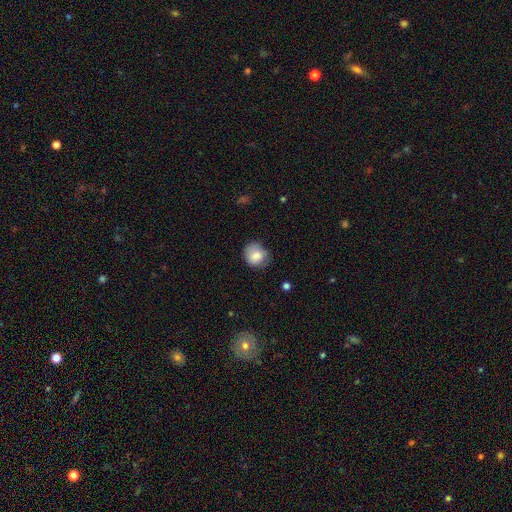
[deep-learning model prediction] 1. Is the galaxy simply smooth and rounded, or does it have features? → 81% smooth, 11% featured or disk, 8% star or artifact.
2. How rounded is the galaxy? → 76% round, 23% in between, 1% cigar-shaped.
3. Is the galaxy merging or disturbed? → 61% none, 29% minor disturbance, 8% major disturbance, 2% merger.